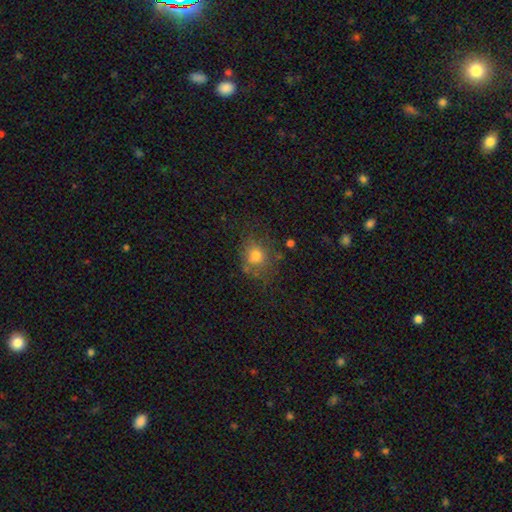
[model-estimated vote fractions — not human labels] smooth_or_featured: smooth (p=0.73) [alt: star or artifact p=0.14]
how_rounded: round (p=0.71) [alt: in between p=0.28]
merging: none (p=0.64) [alt: minor disturbance p=0.20]